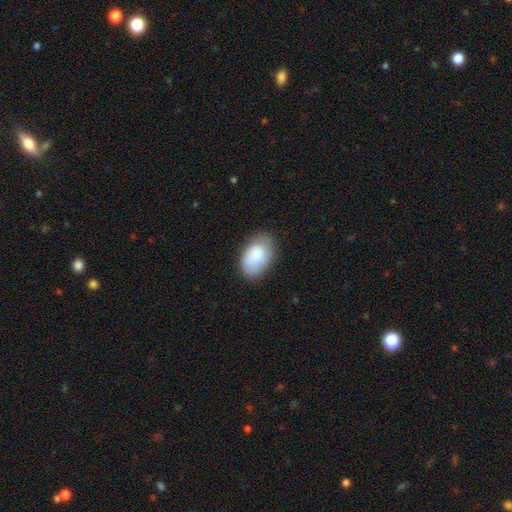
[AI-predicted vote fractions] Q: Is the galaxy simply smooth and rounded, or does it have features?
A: smooth — 83%.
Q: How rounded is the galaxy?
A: in between — 90%.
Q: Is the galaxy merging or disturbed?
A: none — 71%.